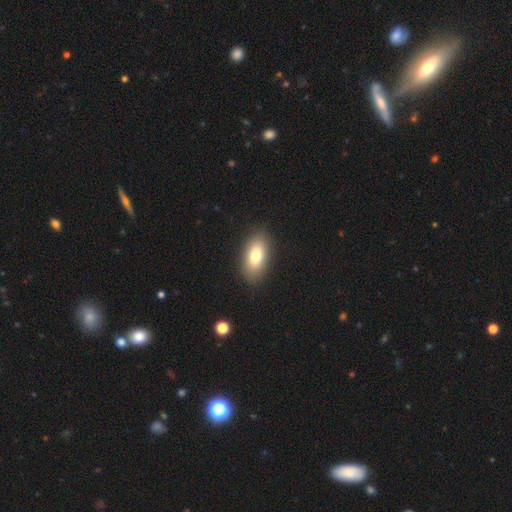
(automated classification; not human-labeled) Q: Smooth or featured?
A: smooth (79%); runner-up: featured or disk (14%)
Q: How rounded?
A: in between (91%); runner-up: round (5%)
Q: Merging?
A: none (88%); runner-up: minor disturbance (8%)